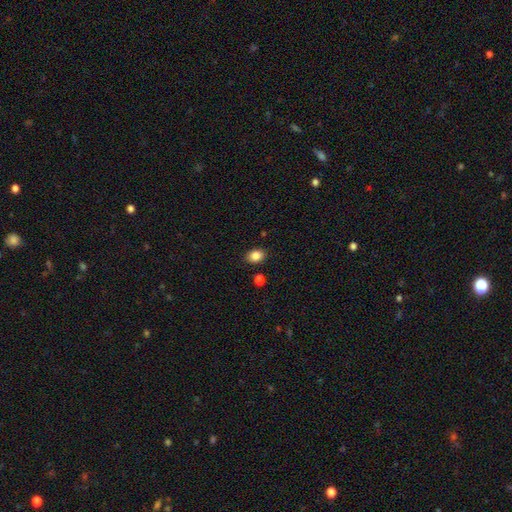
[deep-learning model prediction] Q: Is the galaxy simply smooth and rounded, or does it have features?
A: smooth — 85%.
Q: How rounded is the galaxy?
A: in between — 66%.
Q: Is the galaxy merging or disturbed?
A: none — 85%.